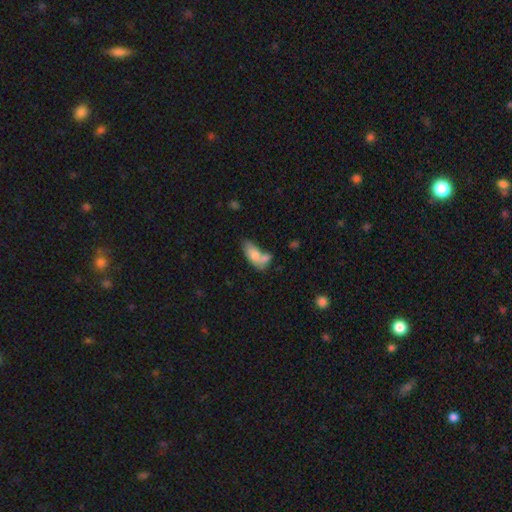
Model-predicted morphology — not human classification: Smooth or featured? Predicted: smooth (p=0.74). How rounded? Predicted: in between (p=0.85). Merging? Predicted: merger (p=0.47).